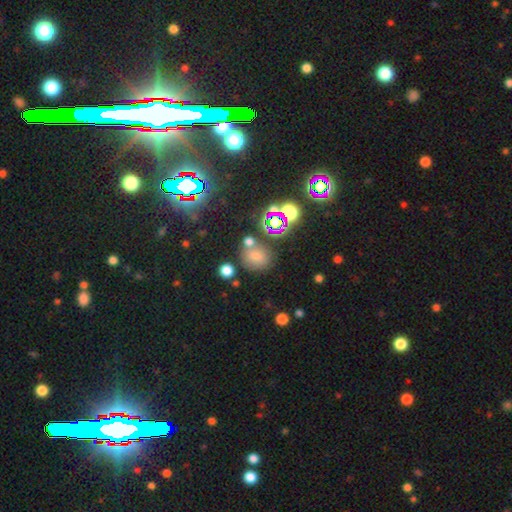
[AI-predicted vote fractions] star or artifact 45% (tied), smooth 45% (tied), featured or disk 11%.